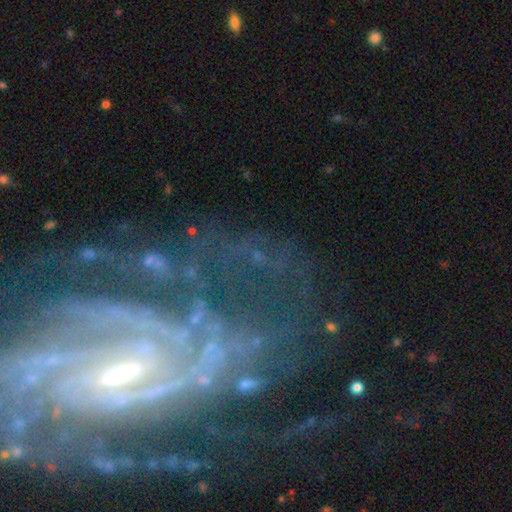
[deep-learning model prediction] A featured or disk galaxy (82%) with a weak bar (39%), tight (53%) spiral arms (90%) and a small central bulge (53%).

Vote fractions:
- Smooth or featured? featured or disk: 82% / star or artifact: 11% / smooth: 7%
- Edge-on disk? no: 96% / yes: 4%
- Bar? weak: 39% / no: 31% / strong: 31%
- Spiral arms? yes: 90% / no: 10%
- Spiral winding? tight: 53% / medium: 34% / loose: 13%
- Spiral arm count? can't tell: 33% / 2: 24% / 3: 15% / 4: 11% / more than 4: 9% / 1: 9%
- Bulge size? small: 53% / moderate: 30% / none: 11% / large: 4% / dominant: 2%
- Merging? none: 55% / major disturbance: 23% / minor disturbance: 18% / merger: 5%